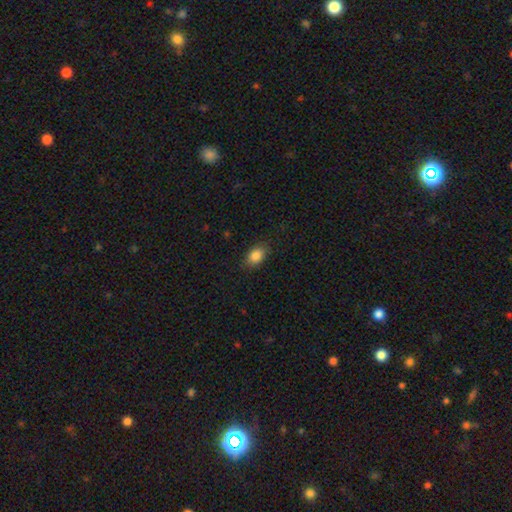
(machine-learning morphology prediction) The model was most divided on "how rounded": in between: 79%, round: 19%, cigar-shaped: 2%. More confident: smooth or featured — smooth (86%); merging — none (85%).